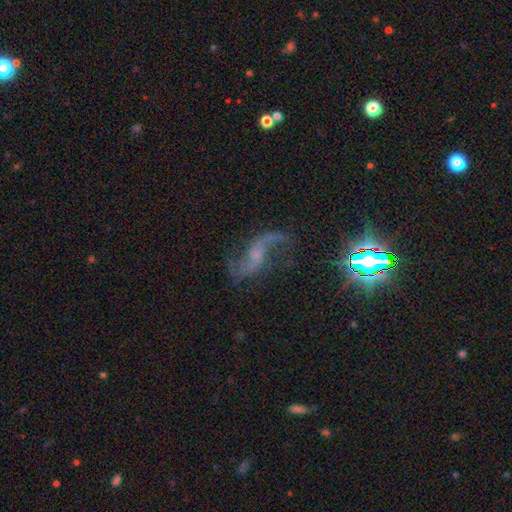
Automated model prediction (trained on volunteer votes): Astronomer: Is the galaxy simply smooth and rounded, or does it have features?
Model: featured or disk — 82%.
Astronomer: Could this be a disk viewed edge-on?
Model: no — 95%.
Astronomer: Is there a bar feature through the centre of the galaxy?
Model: no — 47% (runner-up: weak, 39%).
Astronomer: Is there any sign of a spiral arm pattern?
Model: yes — 94%.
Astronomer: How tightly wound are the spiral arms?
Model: loose — 88%.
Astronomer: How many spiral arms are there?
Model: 2 — 91%.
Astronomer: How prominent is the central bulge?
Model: small — 49% (runner-up: none, 26%).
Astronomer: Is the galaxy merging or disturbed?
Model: none — 66%.